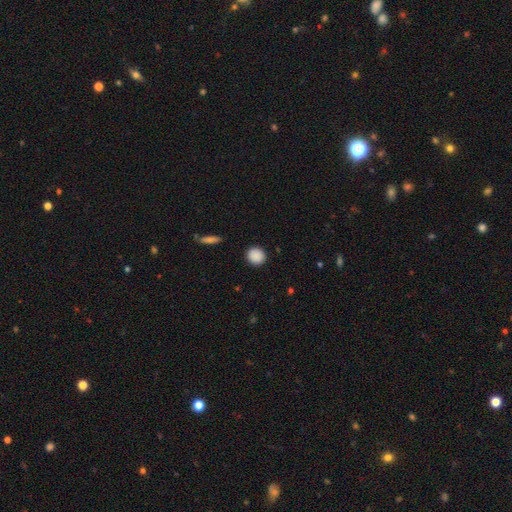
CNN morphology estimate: Overall: smooth (89%). How rounded: round (88%). Merging: none (91%).